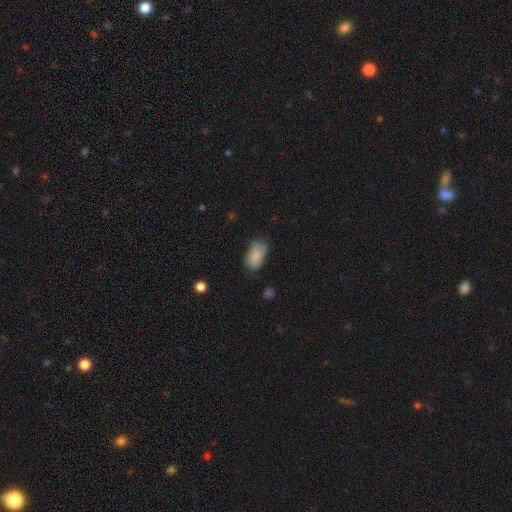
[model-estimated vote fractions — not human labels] Smooth or featured? smooth (83%)
How rounded? in between (92%)
Merging? none (56%)